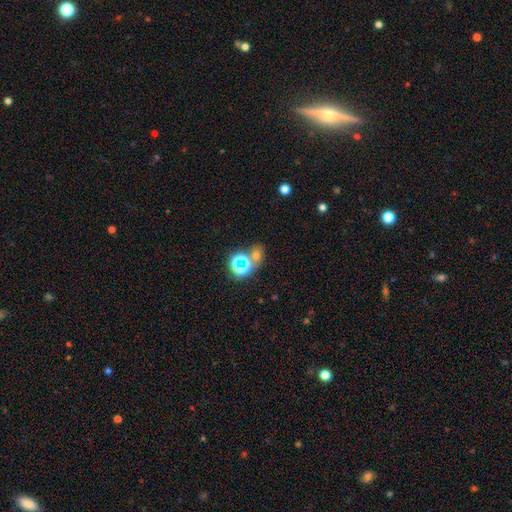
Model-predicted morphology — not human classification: smooth 46%, star or artifact 43%, featured or disk 11%. Down the decision tree: merging — none (57%).